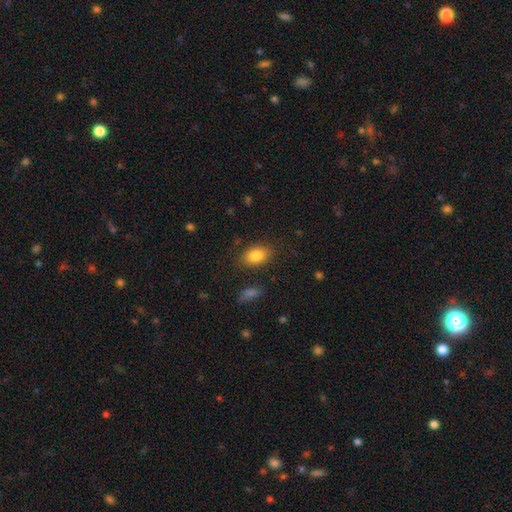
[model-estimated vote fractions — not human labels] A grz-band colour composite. It shows a smooth galaxy with no disk features (84%) that is in between round and cigar-shaped (87%). Merging: none (83%).